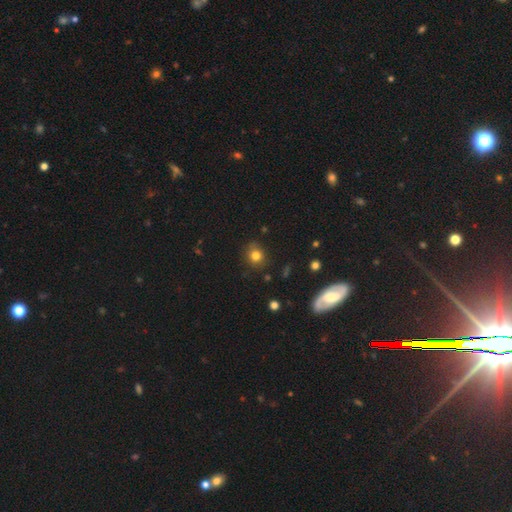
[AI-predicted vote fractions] Smooth or featured? smooth (79%)
How rounded? round (82%)
Merging? none (82%)